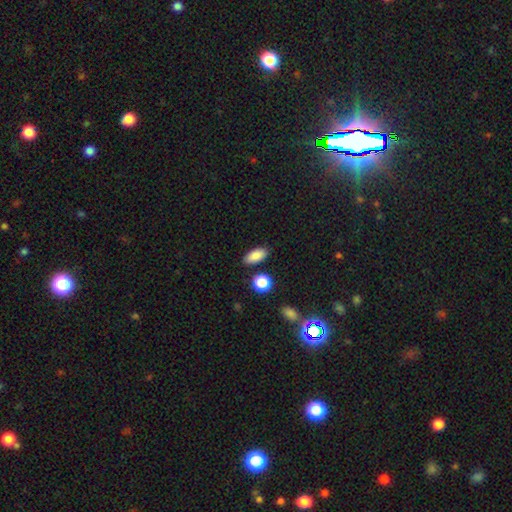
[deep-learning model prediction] Smooth or featured? smooth (85%)
How rounded? in between (88%)
Merging? none (84%)